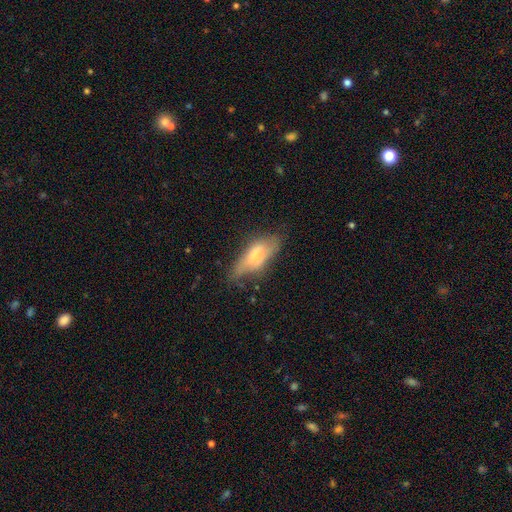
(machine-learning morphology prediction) smooth_or_featured: smooth (p=0.60) [alt: featured or disk p=0.33]
how_rounded: in between (p=0.70) [alt: cigar-shaped p=0.27]
merging: none (p=0.54) [alt: minor disturbance p=0.32]